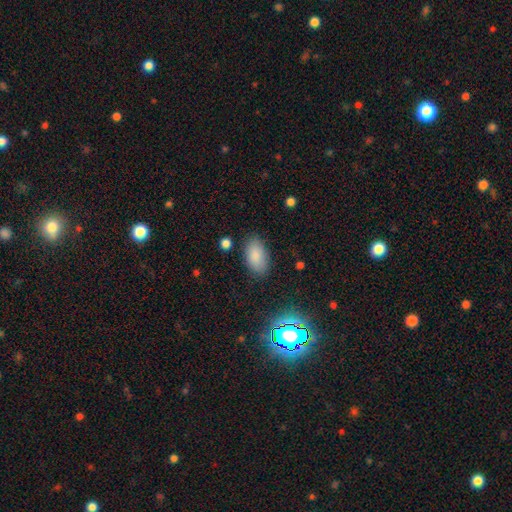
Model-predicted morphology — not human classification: A smooth galaxy with no disk features (86%) that is in between round and cigar-shaped (94%).

Vote fractions:
- Smooth or featured? smooth: 86% / star or artifact: 8% / featured or disk: 5%
- How rounded? in between: 94% / round: 4% / cigar-shaped: 2%
- Merging? none: 83% / minor disturbance: 11% / major disturbance: 3% / merger: 2%